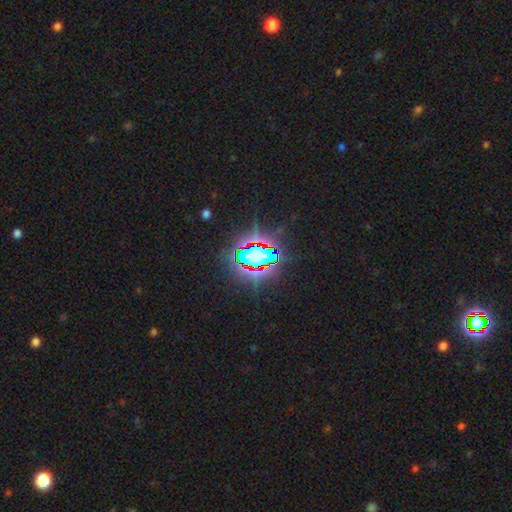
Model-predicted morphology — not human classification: This appears to be a star or artifact, not a galaxy (74%).